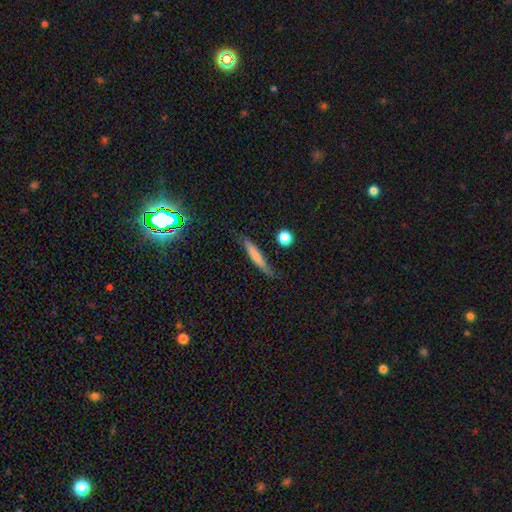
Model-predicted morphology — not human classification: smooth 67%, featured or disk 26%, star or artifact 7%. Down the decision tree: how rounded — cigar-shaped (91%); merging — none (77%).